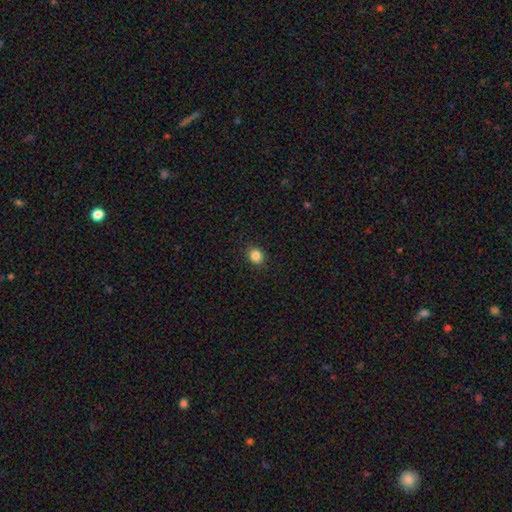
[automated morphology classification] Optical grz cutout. It shows a smooth galaxy with no disk features (85%) that is round (69%). Merging: none (90%).